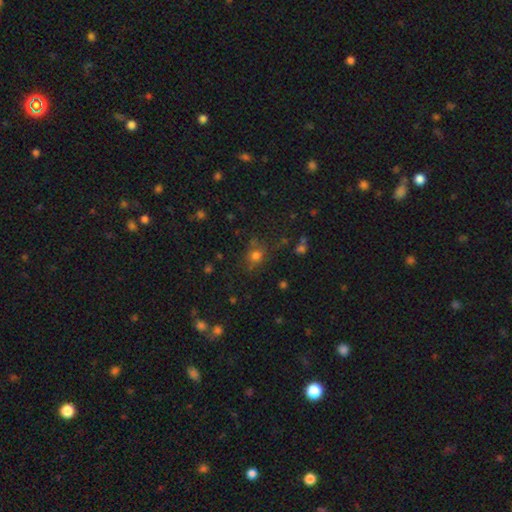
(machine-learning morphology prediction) type=smooth (71%); roundness=round (71%); merging=none (70%).